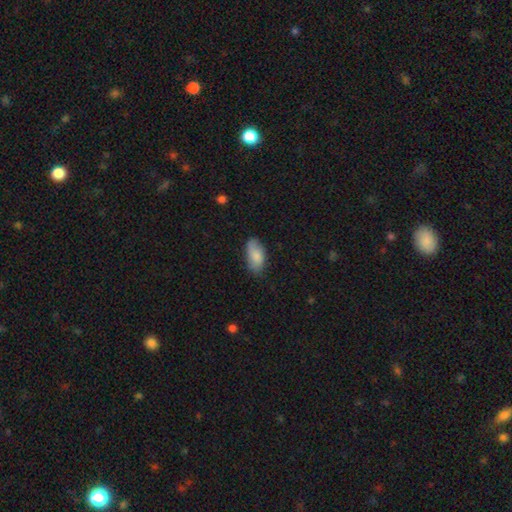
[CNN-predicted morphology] Smooth or featured?
  - smooth: 82% *
  - featured or disk: 11%
  - star or artifact: 6%
How rounded?
  - in between: 93% *
  - cigar-shaped: 4%
  - round: 3%
Merging?
  - none: 73% *
  - minor disturbance: 22%
  - major disturbance: 4%
  - merger: 1%